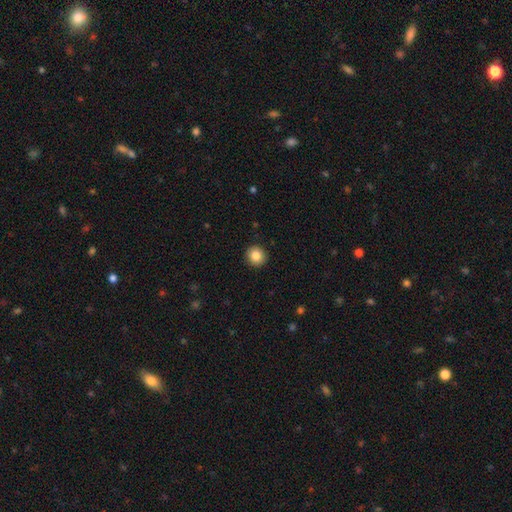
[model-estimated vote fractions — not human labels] smooth-or-featured: smooth: 85% | star or artifact: 9% | featured or disk: 6%
  how-rounded: round: 93% | in between: 6% | cigar-shaped: 1%
  merging: none: 92% | minor disturbance: 5% | major disturbance: 2% | merger: 1%